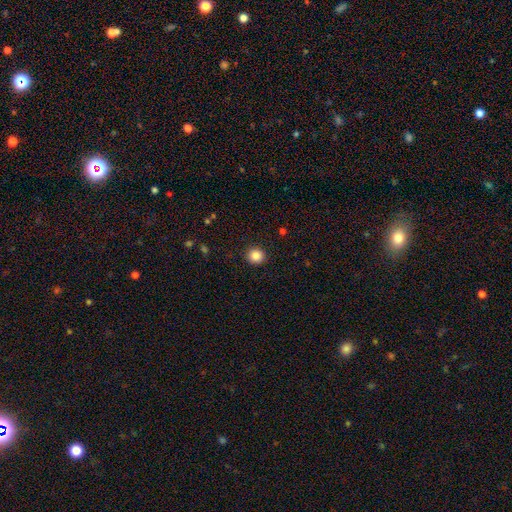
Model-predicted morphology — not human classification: smooth-or-featured: smooth: 85% | star or artifact: 10% | featured or disk: 4%
  how-rounded: round: 91% | in between: 8% | cigar-shaped: 1%
  merging: none: 92% | minor disturbance: 5% | major disturbance: 2% | merger: 1%